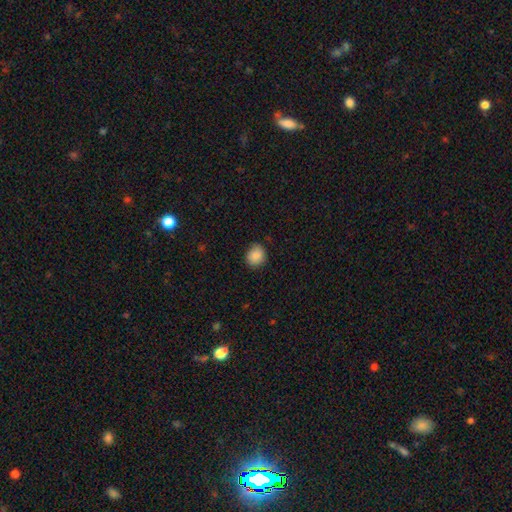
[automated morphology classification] A smooth galaxy with no disk features (87%) that is round (71%).

Vote fractions:
- Smooth or featured? smooth: 87% / star or artifact: 8% / featured or disk: 5%
- How rounded? round: 71% / in between: 28% / cigar-shaped: 1%
- Merging? none: 81% / minor disturbance: 15% / major disturbance: 3% / merger: 1%